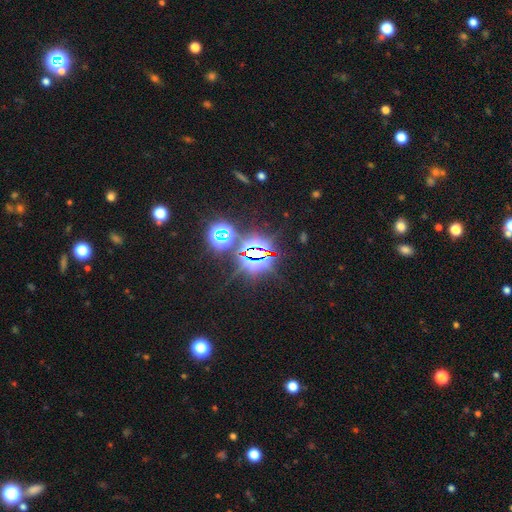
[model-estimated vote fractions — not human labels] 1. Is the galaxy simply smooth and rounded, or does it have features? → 83% star or artifact, 9% smooth, 8% featured or disk.